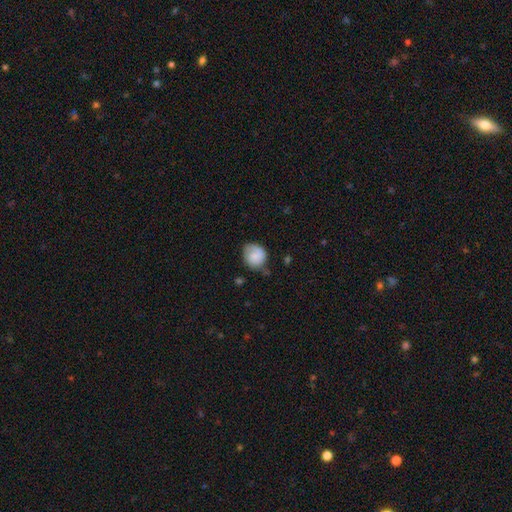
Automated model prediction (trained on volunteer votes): smooth-or-featured: smooth: 67% | featured or disk: 25% | star or artifact: 7%
  how-rounded: round: 71% | in between: 28% | cigar-shaped: 1%
  merging: none: 57% | minor disturbance: 30% | major disturbance: 10% | merger: 3%